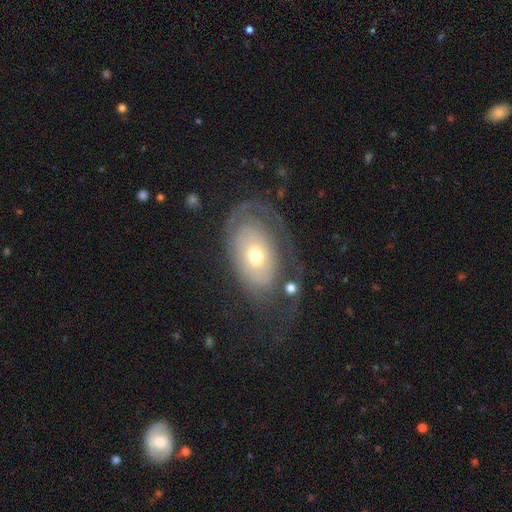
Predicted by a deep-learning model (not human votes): Morphology: type=featured or disk (60%); edge-on=no (93%); bar=no (84%); spiral arms=yes (57%); bulge=moderate (63%); merging=none (46%).